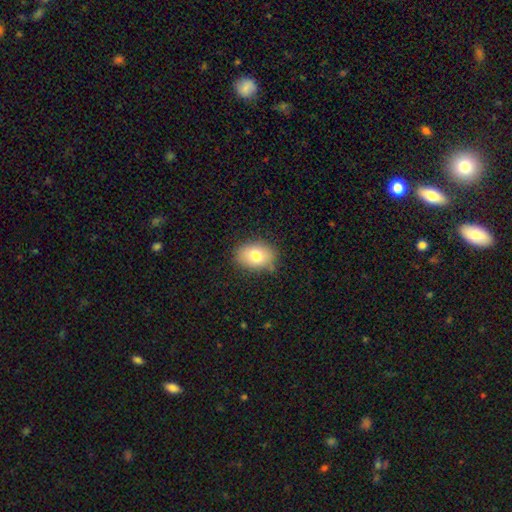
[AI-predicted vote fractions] Smooth or featured?
  - smooth: 77% *
  - featured or disk: 14%
  - star or artifact: 10%
How rounded?
  - in between: 72% *
  - round: 27%
  - cigar-shaped: 1%
Merging?
  - none: 80% *
  - minor disturbance: 15%
  - major disturbance: 3%
  - merger: 1%